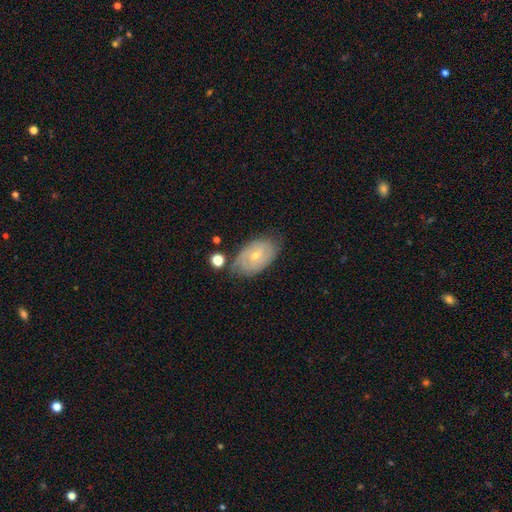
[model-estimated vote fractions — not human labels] featured or disk 62%, smooth 30%, star or artifact 8%. Down the decision tree: edge-on disk — no (94%); bar — no (62%); spiral arms — yes (82%); bulge size — small (66%); merging — none (68%).